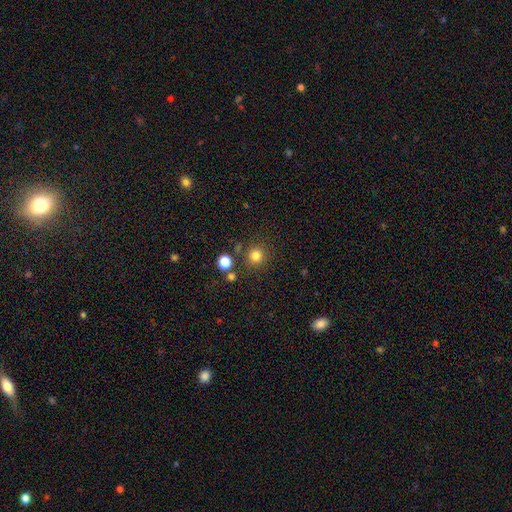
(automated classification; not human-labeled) This appears to be a smooth galaxy with no disk features (81%) that is round (93%). Merging: none (83%).